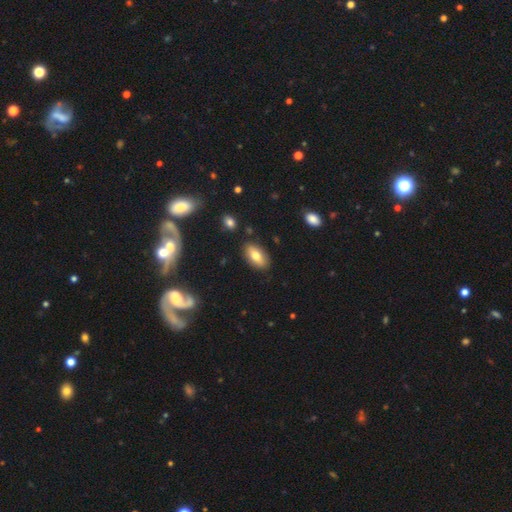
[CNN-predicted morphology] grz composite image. It shows a smooth galaxy with no disk features (73%) that is in between round and cigar-shaped (90%). Merging: none (85%).